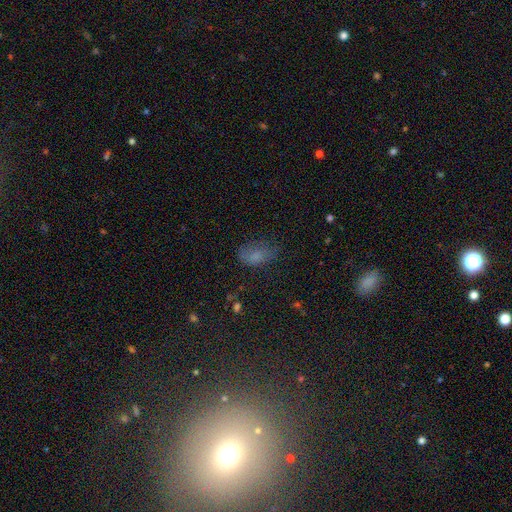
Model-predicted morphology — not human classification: smooth 72%, star or artifact 15%, featured or disk 13%. Down the decision tree: how rounded — in between (89%); merging — none (54%).